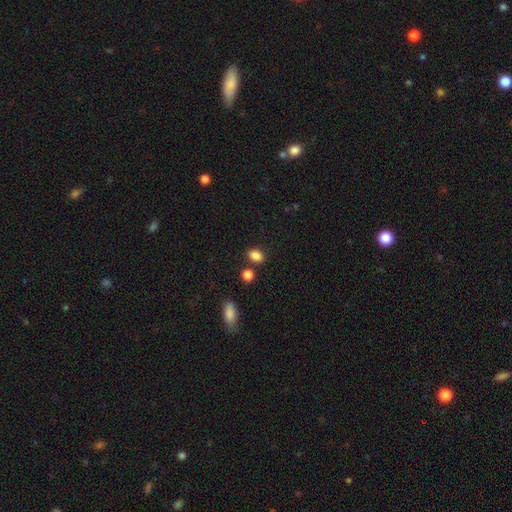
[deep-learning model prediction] smooth-or-featured: smooth: 86% | star or artifact: 11% | featured or disk: 4%
  how-rounded: in between: 70% | round: 29% | cigar-shaped: 2%
  merging: none: 77% | minor disturbance: 10% | merger: 9% | major disturbance: 3%